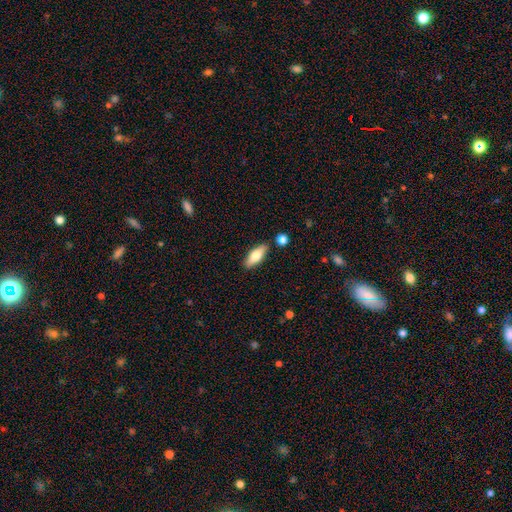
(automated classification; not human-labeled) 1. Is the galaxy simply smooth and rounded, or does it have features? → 67% smooth, 27% featured or disk, 6% star or artifact.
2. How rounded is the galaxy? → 68% in between, 29% cigar-shaped, 3% round.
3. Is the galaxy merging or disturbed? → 84% none, 10% minor disturbance, 4% merger, 2% major disturbance.